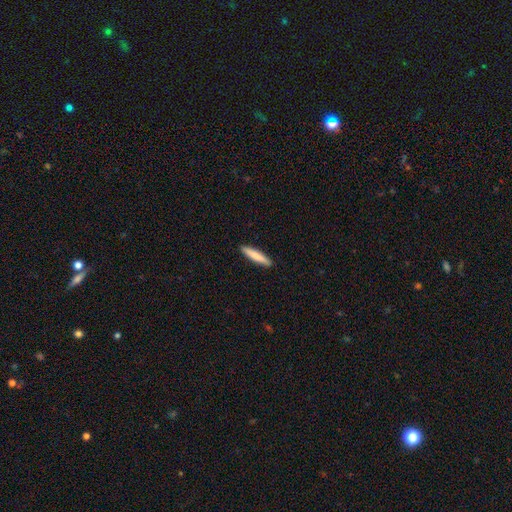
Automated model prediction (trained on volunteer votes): Smooth or featured? Predicted: smooth (p=0.80). How rounded? Predicted: cigar-shaped (p=0.91). Merging? Predicted: none (p=0.92).